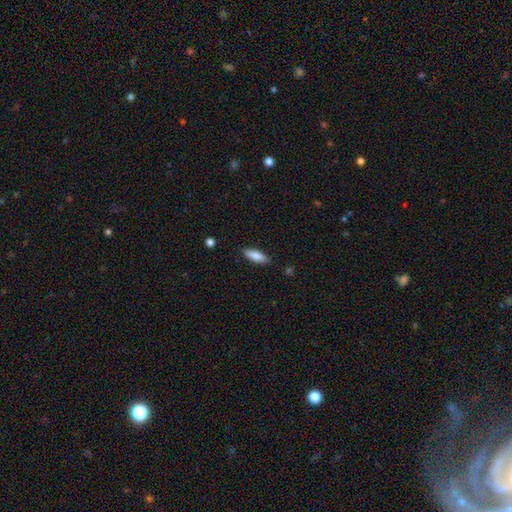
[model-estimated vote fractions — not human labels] smooth_or_featured: smooth (p=0.83) [alt: featured or disk p=0.11]
how_rounded: in between (p=0.62) [alt: cigar-shaped p=0.36]
merging: none (p=0.85) [alt: minor disturbance p=0.11]